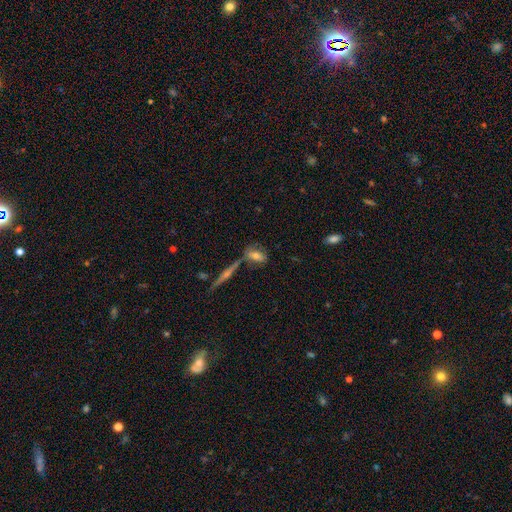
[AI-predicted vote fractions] A smooth galaxy with no disk features (50%) that is in between round and cigar-shaped (74%). Merging: none (53%).